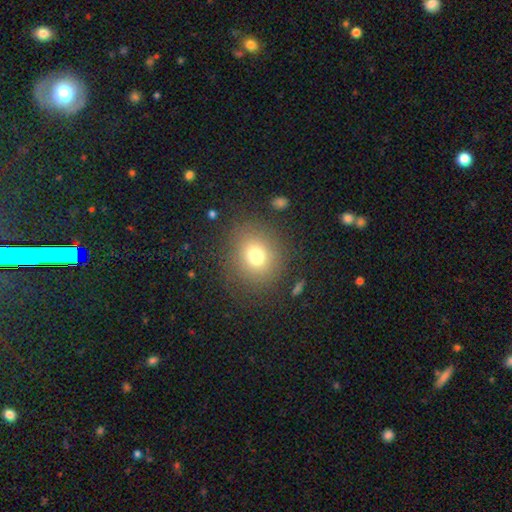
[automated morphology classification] A smooth galaxy with no disk features (73%) that is round (78%).

Vote fractions:
- Smooth or featured? smooth: 73% / star or artifact: 15% / featured or disk: 12%
- How rounded? round: 78% / in between: 21% / cigar-shaped: 1%
- Merging? none: 81% / minor disturbance: 10% / major disturbance: 7% / merger: 2%